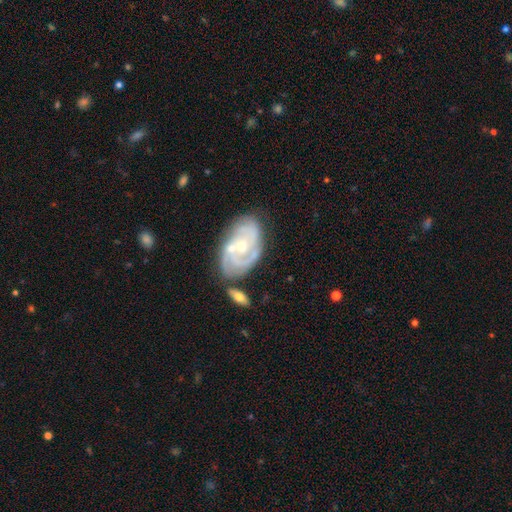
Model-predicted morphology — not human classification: A featured or disk galaxy (80%) with no bar (58%), 2 (39%) tight (62%) spiral arms (92%) and a moderate central bulge (52%). Merging: none (64%).